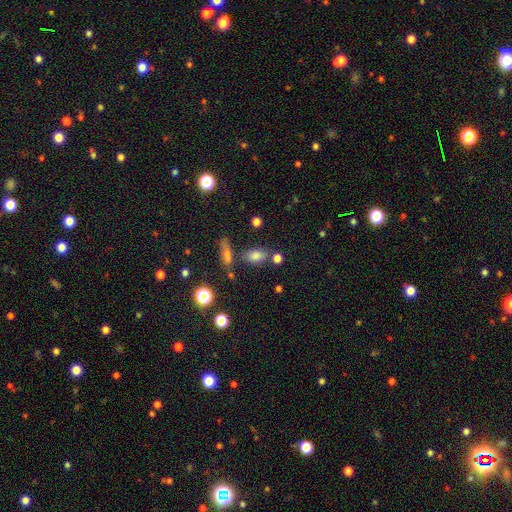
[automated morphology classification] This is likely a smooth galaxy (73%). How rounded: likely in between (75%). Merging: likely none (70%).